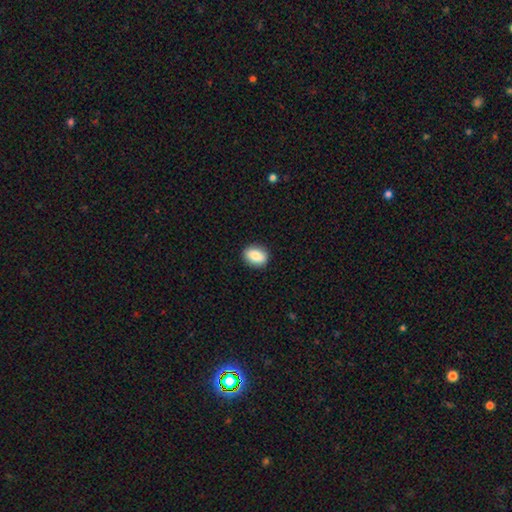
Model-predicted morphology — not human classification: Smooth or featured: smooth — 84% (featured or disk — 8%)
How rounded: in between — 69% (round — 29%)
Merging: none — 88% (minor disturbance — 9%)